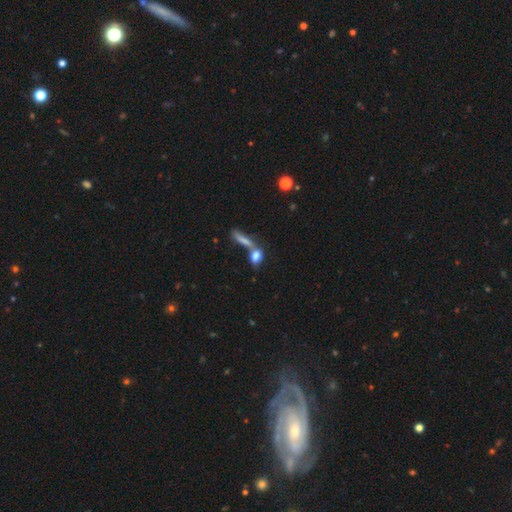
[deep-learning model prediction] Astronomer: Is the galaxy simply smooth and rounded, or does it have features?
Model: smooth — 73%.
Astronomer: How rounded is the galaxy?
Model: in between — 62%.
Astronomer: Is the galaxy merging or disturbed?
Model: merger — 53% (runner-up: none, 30%).